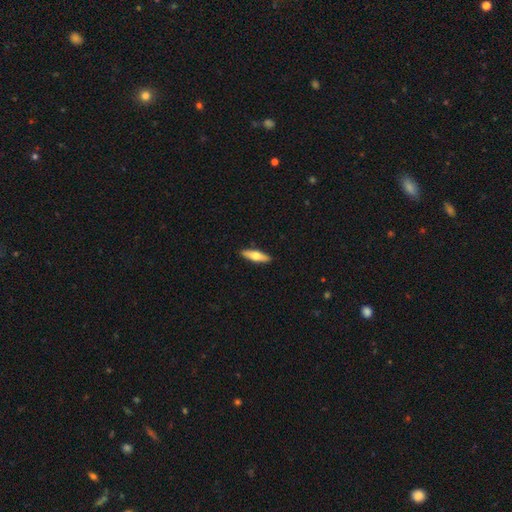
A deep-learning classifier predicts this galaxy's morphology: Smooth or featured? smooth (55%)
How rounded? cigar-shaped (59%)
Merging? none (91%)